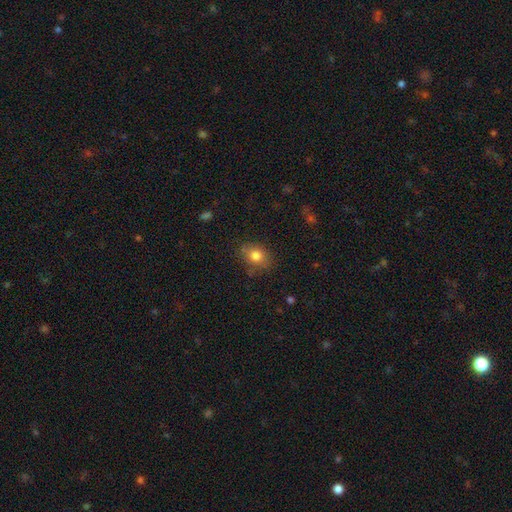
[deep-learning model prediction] A smooth galaxy with no disk features (81%) that is in between round and cigar-shaped (54%).

Vote fractions:
- Smooth or featured? smooth: 81% / star or artifact: 10% / featured or disk: 9%
- How rounded? in between: 54% / round: 45% / cigar-shaped: 1%
- Merging? none: 77% / minor disturbance: 17% / major disturbance: 4% / merger: 2%